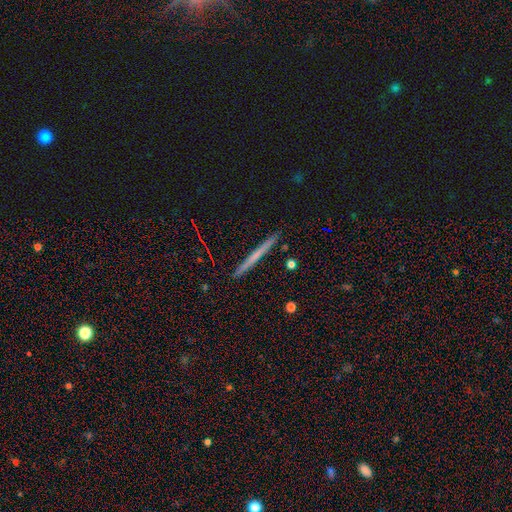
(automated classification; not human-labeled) smooth 47%, featured or disk 46%, star or artifact 7%. Down the decision tree: merging — none (92%).